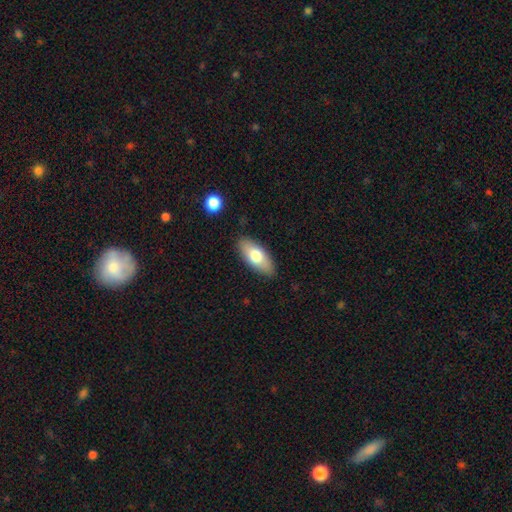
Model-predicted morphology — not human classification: This is likely a smooth galaxy (72%). How rounded: clearly in between (85%). Merging: clearly none (86%).